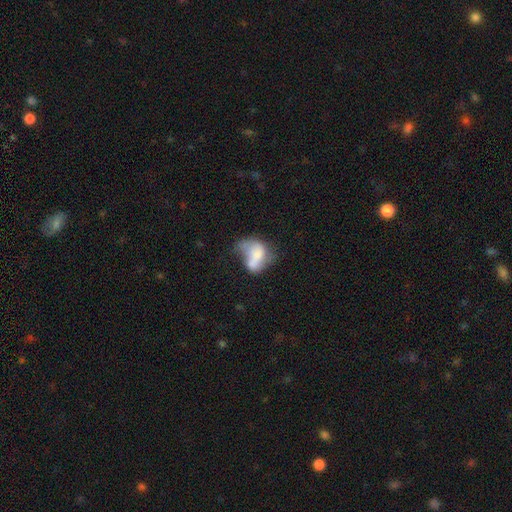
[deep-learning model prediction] This is possibly a smooth galaxy (53%). How rounded: likely in between (80%). Merging: marginally major disturbance (31%).